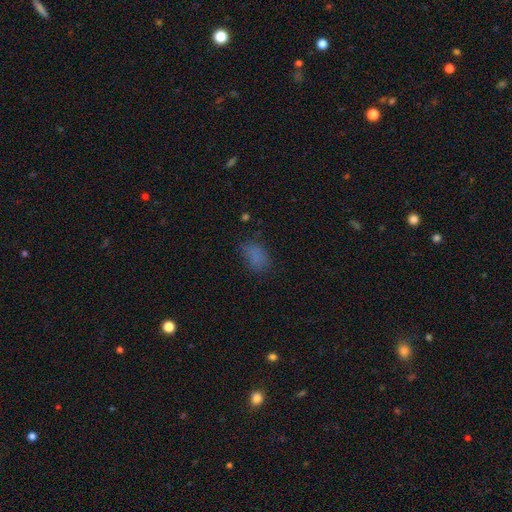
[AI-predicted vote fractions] This appears to be a smooth galaxy with no disk features (77%) that is in between round and cigar-shaped (84%). Merging: none (69%).